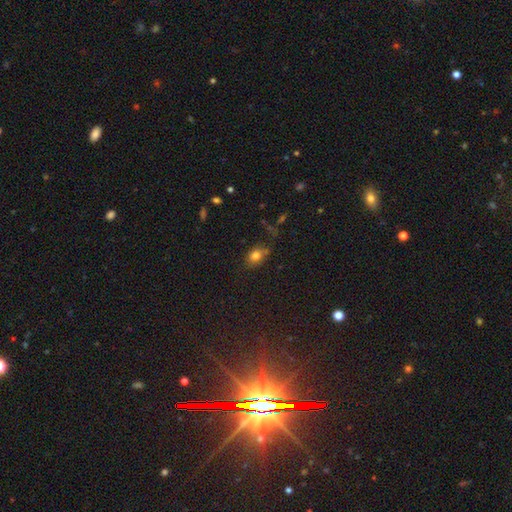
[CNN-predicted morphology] This is likely a smooth galaxy (77%). How rounded: likely in between (64%). Merging: likely none (61%).